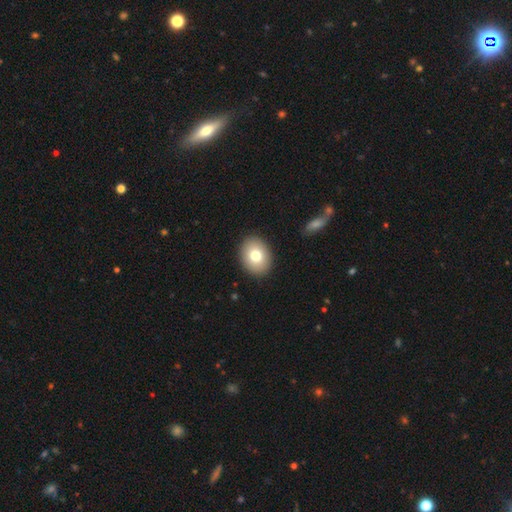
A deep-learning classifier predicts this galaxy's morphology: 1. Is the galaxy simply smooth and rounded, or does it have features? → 76% smooth, 15% featured or disk, 9% star or artifact.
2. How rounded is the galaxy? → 58% in between, 41% round, 1% cigar-shaped.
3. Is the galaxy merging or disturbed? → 91% none, 6% minor disturbance, 2% major disturbance, 1% merger.